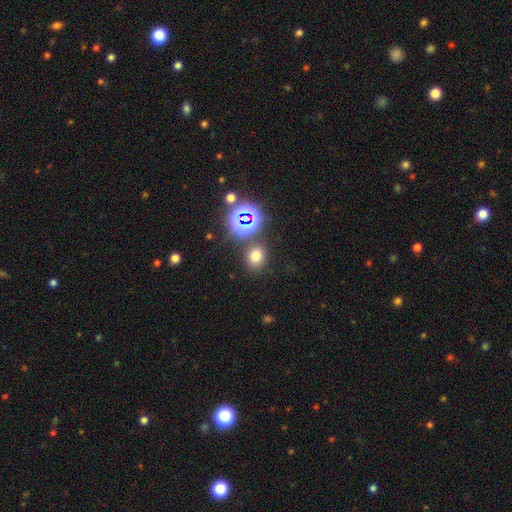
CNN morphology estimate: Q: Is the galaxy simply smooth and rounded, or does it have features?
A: smooth — 67%.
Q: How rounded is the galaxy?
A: round — 61%.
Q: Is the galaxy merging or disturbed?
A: none — 79%.